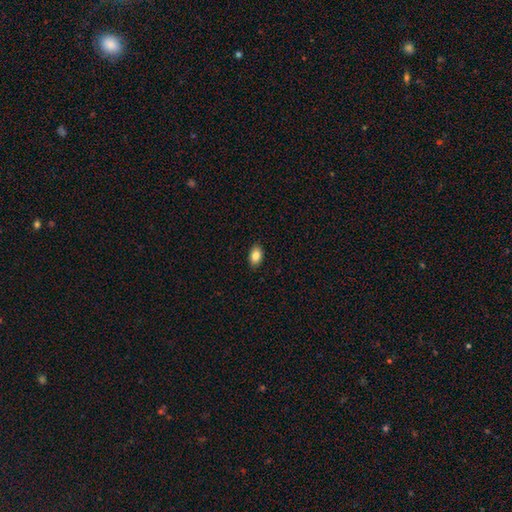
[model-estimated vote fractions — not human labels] Smooth or featured? Predicted: smooth (p=0.86). How rounded? Predicted: in between (p=0.88). Merging? Predicted: none (p=0.89).